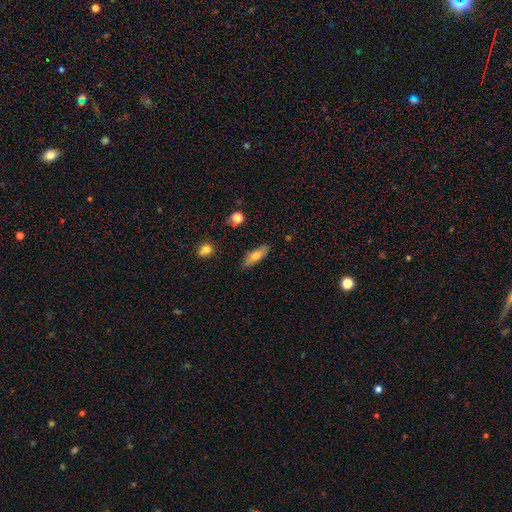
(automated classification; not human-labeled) Smooth or featured? Predicted: smooth (p=0.71). How rounded? Predicted: in between (p=0.64). Merging? Predicted: none (p=0.83).